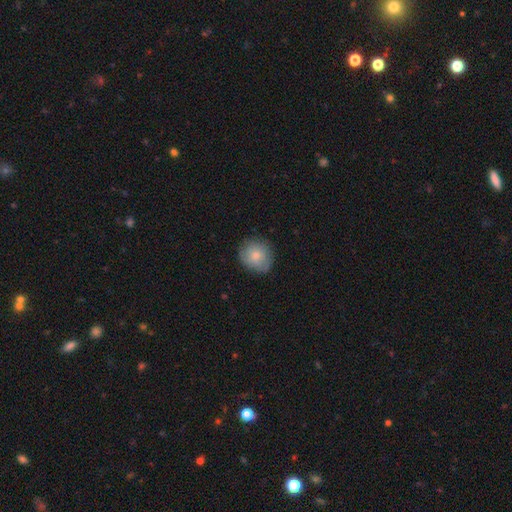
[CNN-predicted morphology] Overall: smooth (79%). How rounded: round (86%). Merging: none (80%).